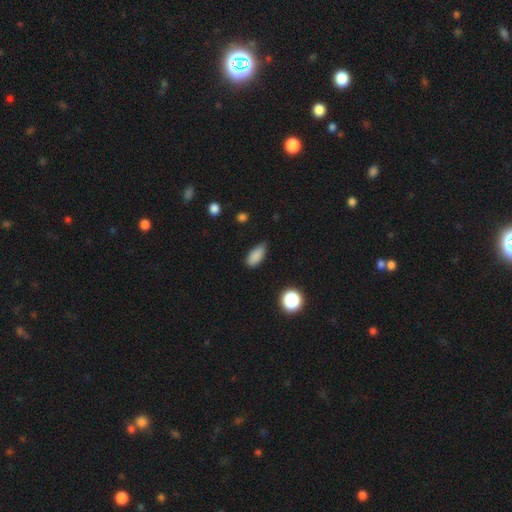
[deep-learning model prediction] Smooth or featured? Predicted: smooth (p=0.86). How rounded? Predicted: in between (p=0.87). Merging? Predicted: none (p=0.72).